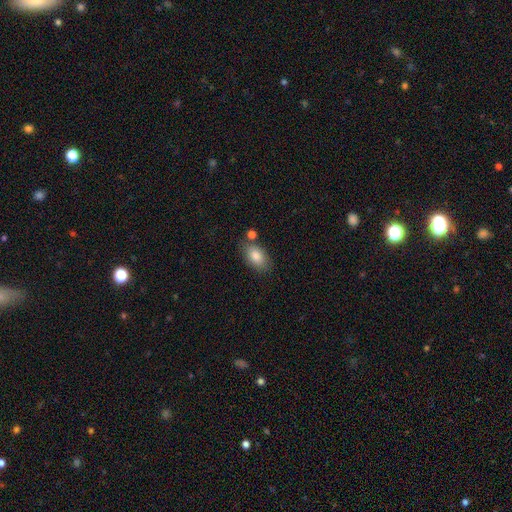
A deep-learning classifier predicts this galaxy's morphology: smooth 84%, featured or disk 9%, star or artifact 7%. Down the decision tree: how rounded — in between (91%); merging — none (71%).